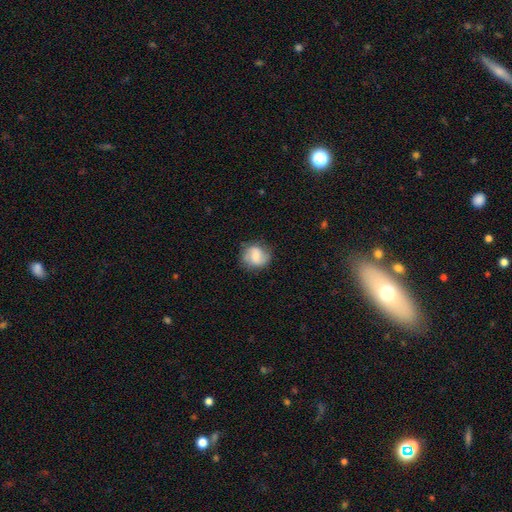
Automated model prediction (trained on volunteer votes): This appears to be a smooth galaxy with no disk features (54%) that is round (79%). Merging: none (75%).